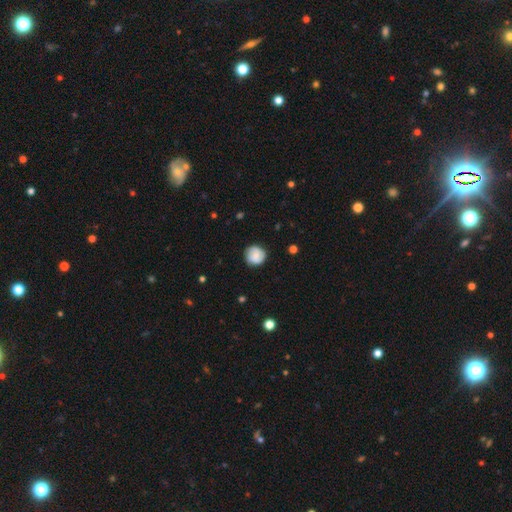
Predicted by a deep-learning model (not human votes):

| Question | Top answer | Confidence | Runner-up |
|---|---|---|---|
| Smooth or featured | smooth | 64% | featured or disk (28%) |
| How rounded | round | 91% | in between (8%) |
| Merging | none | 82% | minor disturbance (13%) |